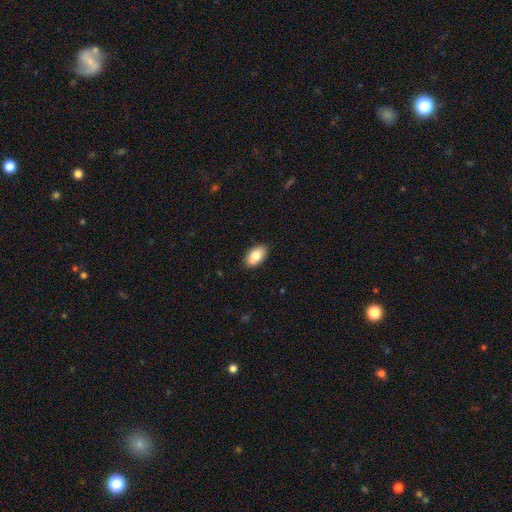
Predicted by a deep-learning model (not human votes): smooth 80%, featured or disk 13%, star or artifact 7%. Down the decision tree: how rounded — in between (93%); merging — none (86%).